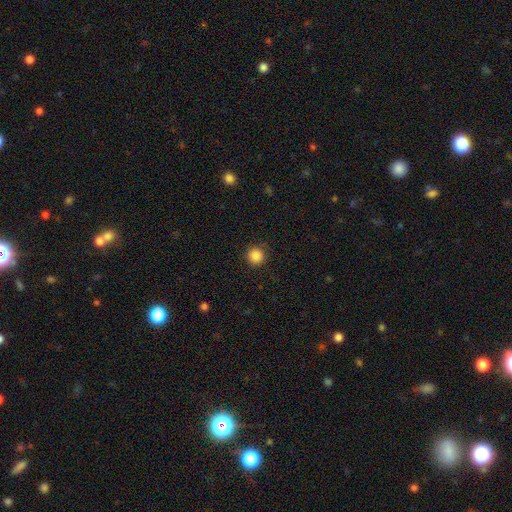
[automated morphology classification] Smooth or featured? Predicted: smooth (p=0.86). How rounded? Predicted: round (p=0.96). Merging? Predicted: none (p=0.91).